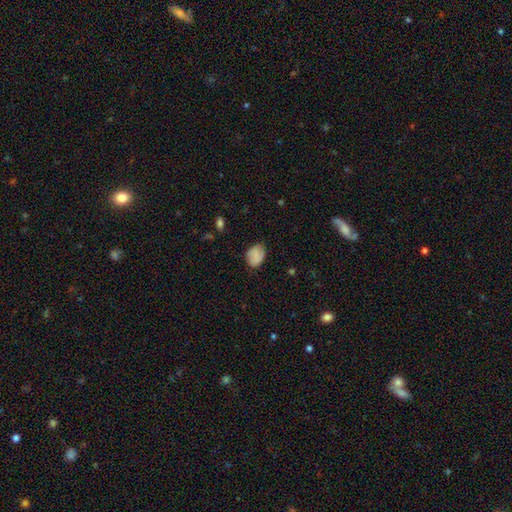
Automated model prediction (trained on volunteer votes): smooth-or-featured: smooth: 83% | featured or disk: 9% | star or artifact: 8%
  how-rounded: in between: 72% | round: 27% | cigar-shaped: 1%
  merging: none: 75% | minor disturbance: 20% | major disturbance: 4% | merger: 1%